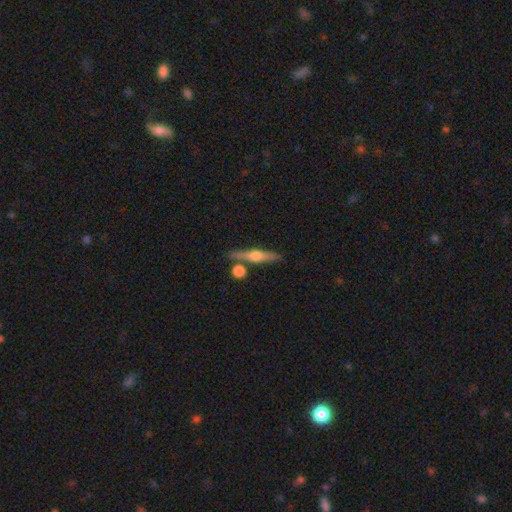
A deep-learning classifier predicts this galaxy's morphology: Smooth or featured?
  - featured or disk: 65% *
  - smooth: 28%
  - star or artifact: 7%
Edge-on disk?
  - yes: 96% *
  - no: 4%
Edge-on bulge?
  - rounded: 91% *
  - boxy: 5%
  - none: 4%
Merging?
  - none: 77% *
  - merger: 11%
  - minor disturbance: 9%
  - major disturbance: 3%